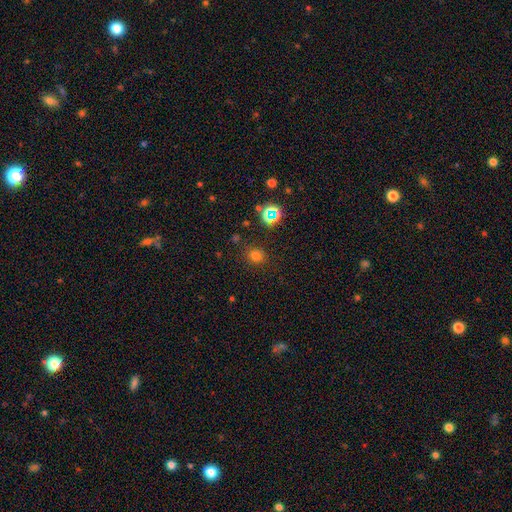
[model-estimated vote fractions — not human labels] The model was most divided on "smooth or featured": smooth: 73%, star or artifact: 21%, featured or disk: 6%. More confident: merging — none (85%); how rounded — round (84%).